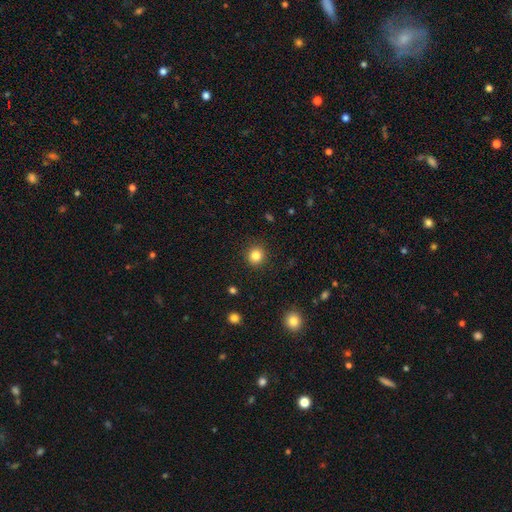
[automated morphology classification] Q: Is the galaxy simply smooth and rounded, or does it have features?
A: smooth — 84%.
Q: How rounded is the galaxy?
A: round — 92%.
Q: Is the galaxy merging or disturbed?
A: none — 91%.